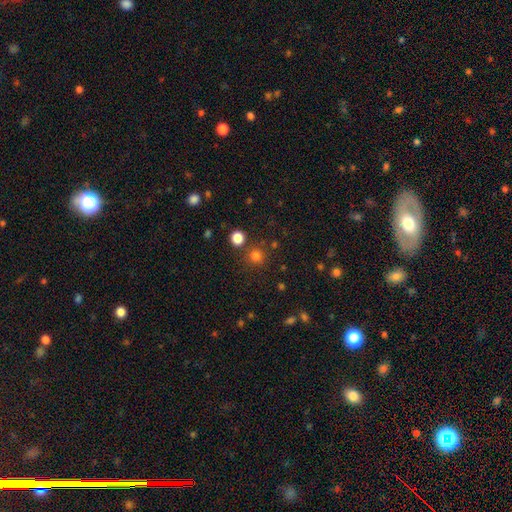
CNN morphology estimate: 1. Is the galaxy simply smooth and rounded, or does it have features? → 78% smooth, 17% star or artifact, 5% featured or disk.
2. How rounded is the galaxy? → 92% round, 7% in between, 1% cigar-shaped.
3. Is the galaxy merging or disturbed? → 81% none, 8% merger, 7% minor disturbance, 3% major disturbance.